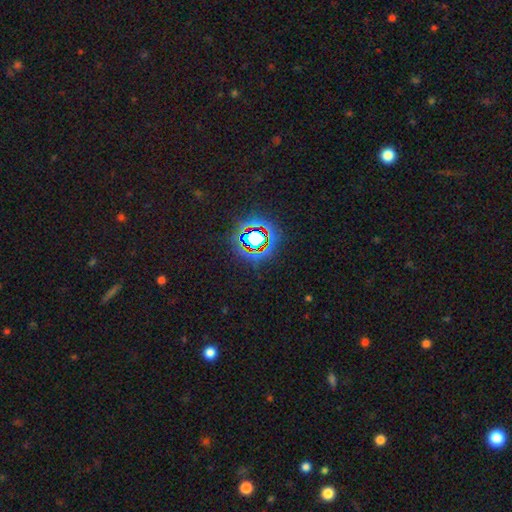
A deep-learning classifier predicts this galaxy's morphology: This appears to be a star or artifact, not a galaxy (79%).